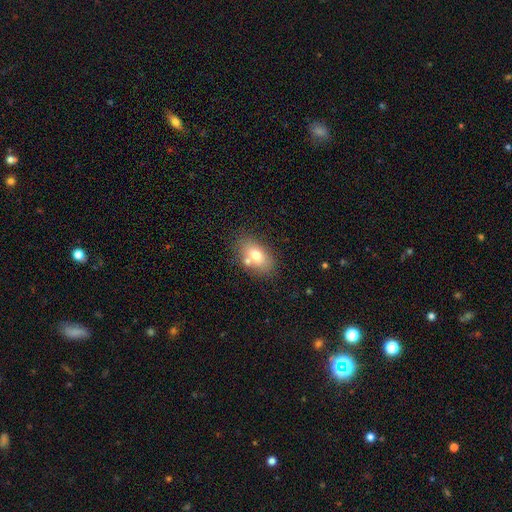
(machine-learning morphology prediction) A smooth galaxy with no disk features (72%) that is in between round and cigar-shaped (87%). Merging: none (66%).